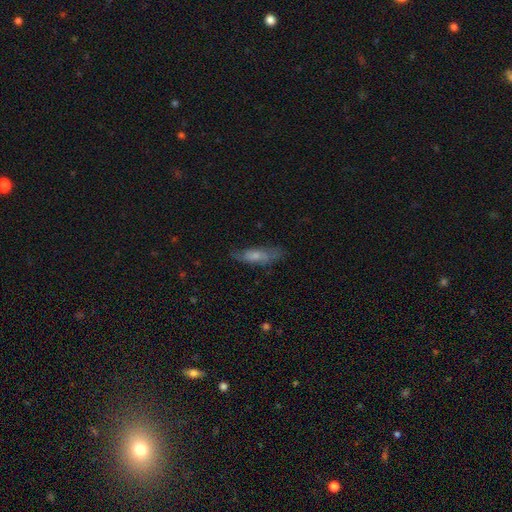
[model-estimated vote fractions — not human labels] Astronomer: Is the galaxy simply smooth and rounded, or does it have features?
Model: smooth — 59%.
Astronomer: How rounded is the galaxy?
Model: cigar-shaped — 52% (runner-up: in between, 46%).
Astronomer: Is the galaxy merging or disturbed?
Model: none — 64%.